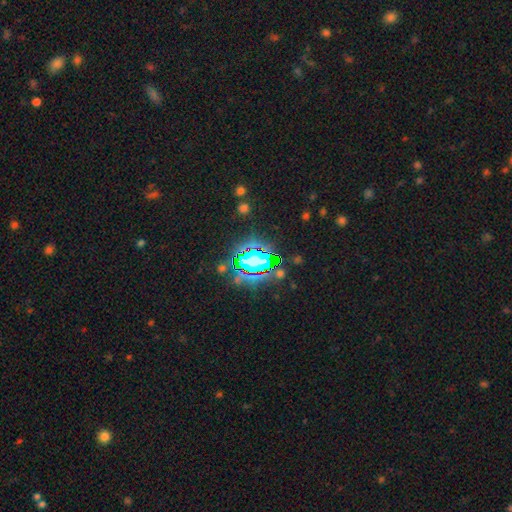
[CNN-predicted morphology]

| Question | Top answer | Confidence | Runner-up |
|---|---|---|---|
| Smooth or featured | star or artifact | 82% | smooth (11%) |